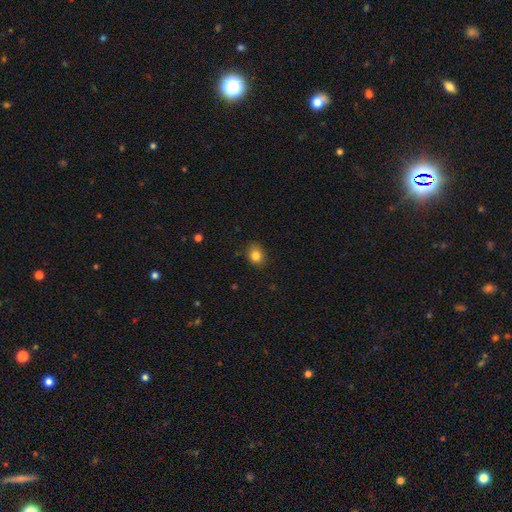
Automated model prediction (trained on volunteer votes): This is clearly a smooth galaxy (83%). How rounded: likely round (61%). Merging: clearly none (84%).